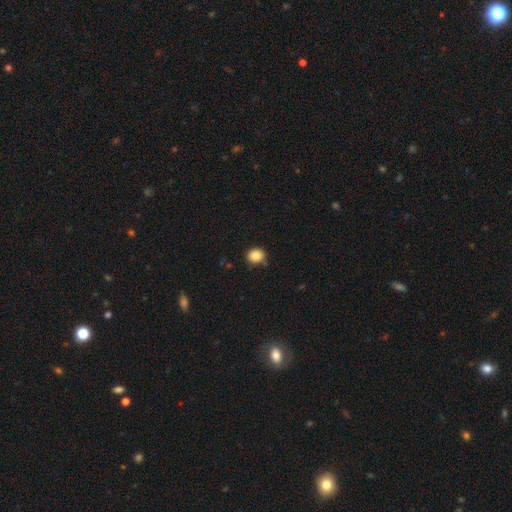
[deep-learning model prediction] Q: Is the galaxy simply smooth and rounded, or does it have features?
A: smooth — 87%.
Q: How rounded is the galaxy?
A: round — 70%.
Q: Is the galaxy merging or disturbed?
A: none — 77%.